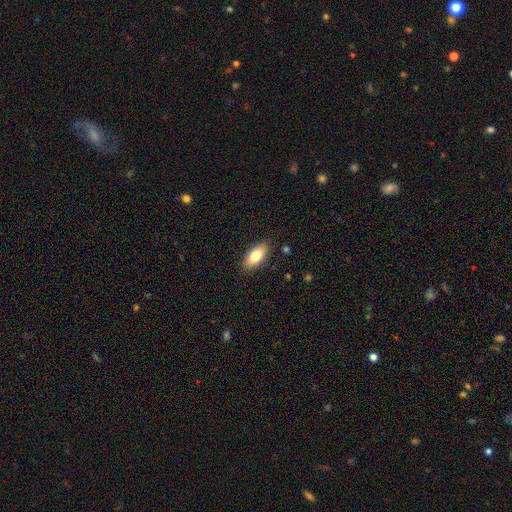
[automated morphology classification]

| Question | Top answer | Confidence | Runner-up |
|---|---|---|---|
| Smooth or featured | smooth | 78% | featured or disk (15%) |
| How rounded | in between | 87% | cigar-shaped (10%) |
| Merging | none | 87% | minor disturbance (10%) |